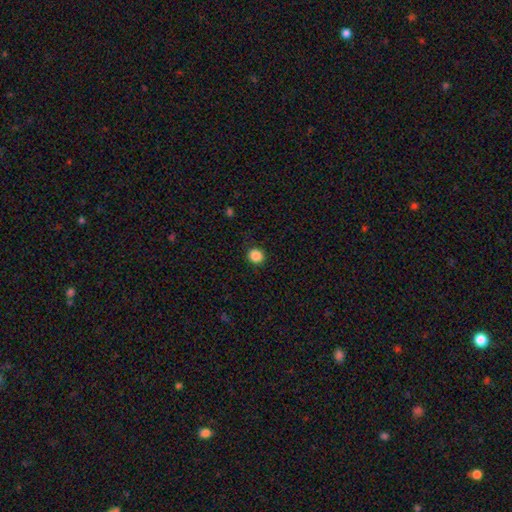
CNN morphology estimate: smooth_or_featured: smooth (p=0.86) [alt: star or artifact p=0.10]
how_rounded: round (p=0.88) [alt: in between p=0.11]
merging: none (p=0.91) [alt: minor disturbance p=0.06]